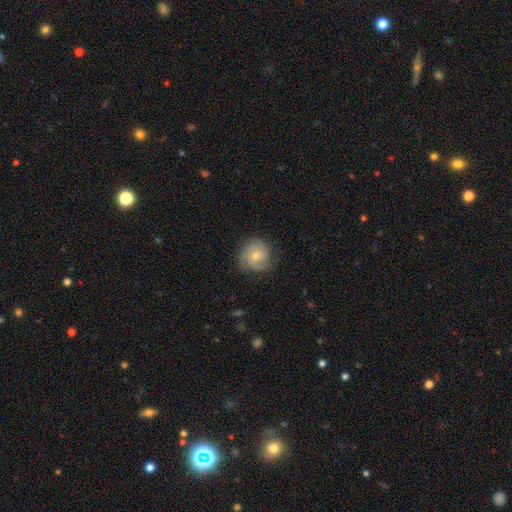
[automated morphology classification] Overall: featured or disk (65%; smooth 26%). Edge-on disk: no (98%). Bar: no (80%). Spiral arms: yes (92%). Spiral arm count: 3 (40%; can't tell 23%). Spiral winding: tight (57%; medium 33%). Bulge size: small (50%; moderate 46%). Merging: none (78%).